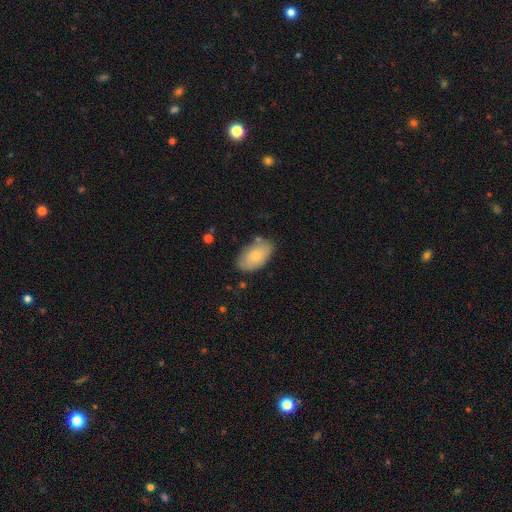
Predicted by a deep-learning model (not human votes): Overall: smooth (73%). How rounded: in between (94%). Merging: none (75%).